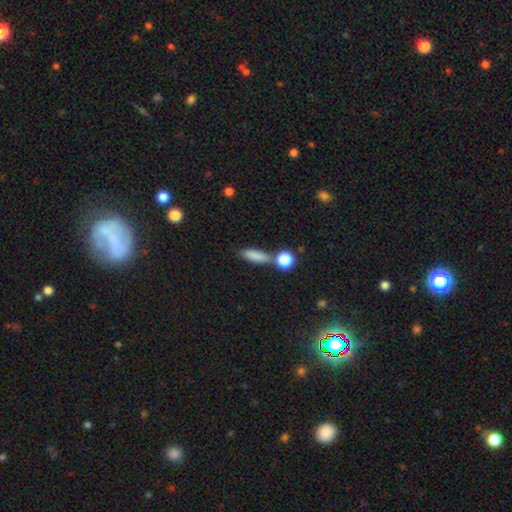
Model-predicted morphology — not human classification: type=smooth (83%); roundness=in between (47%); merging=none (63%).